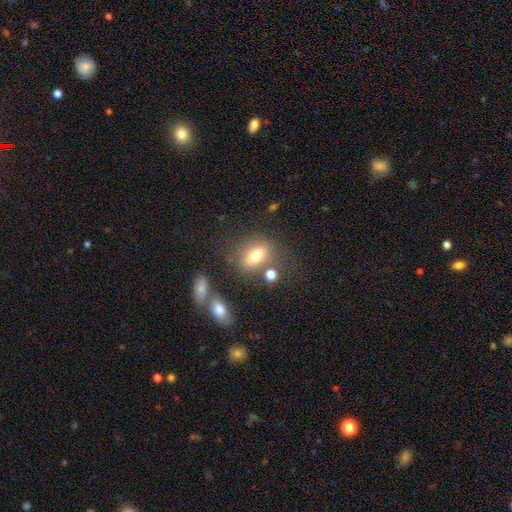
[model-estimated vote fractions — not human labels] smooth-or-featured: smooth: 65% | featured or disk: 23% | star or artifact: 12%
  how-rounded: in between: 69% | round: 23% | cigar-shaped: 8%
  merging: none: 68% | minor disturbance: 14% | merger: 12% | major disturbance: 6%